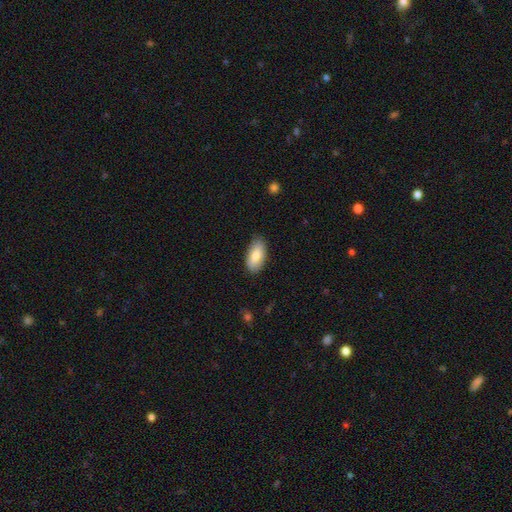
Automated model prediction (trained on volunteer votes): This is clearly a smooth galaxy (81%). How rounded: clearly in between (92%). Merging: clearly none (84%).